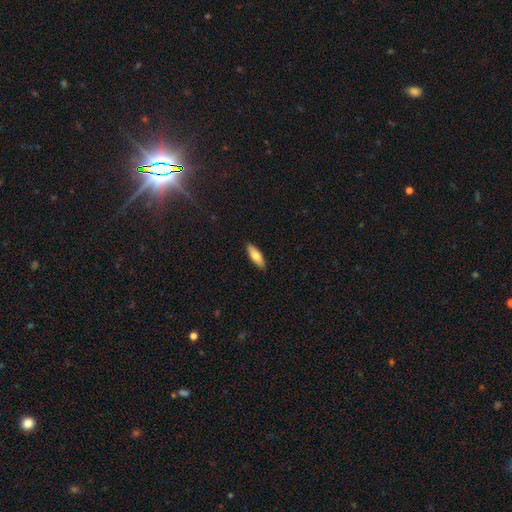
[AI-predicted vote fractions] smooth-or-featured: smooth: 75% | featured or disk: 20% | star or artifact: 6%
  how-rounded: in between: 59% | cigar-shaped: 39% | round: 2%
  merging: none: 89% | minor disturbance: 8% | major disturbance: 2% | merger: 1%